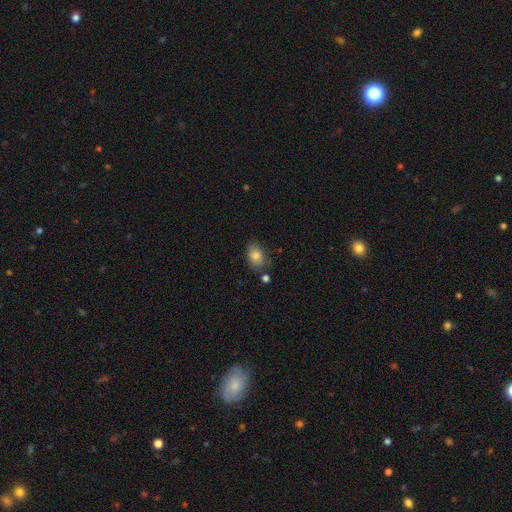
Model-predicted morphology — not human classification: Q: Smooth or featured?
A: smooth (84%); runner-up: star or artifact (9%)
Q: How rounded?
A: in between (79%); runner-up: round (19%)
Q: Merging?
A: none (70%); runner-up: minor disturbance (18%)